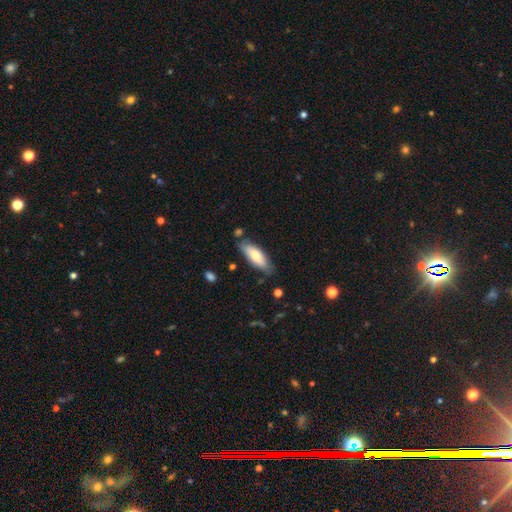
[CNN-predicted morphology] Overall: smooth (69%). How rounded: in between (64%; cigar-shaped 34%). Merging: none (76%).